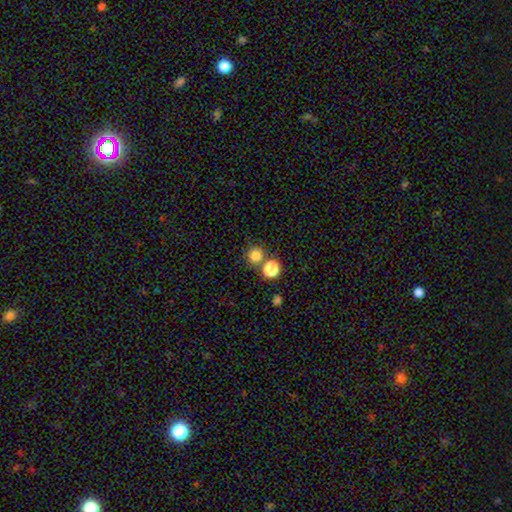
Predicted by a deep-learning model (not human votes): smooth-or-featured: smooth: 81% | star or artifact: 14% | featured or disk: 5%
  how-rounded: round: 90% | in between: 9% | cigar-shaped: 1%
  merging: none: 67% | merger: 24% | minor disturbance: 7% | major disturbance: 3%